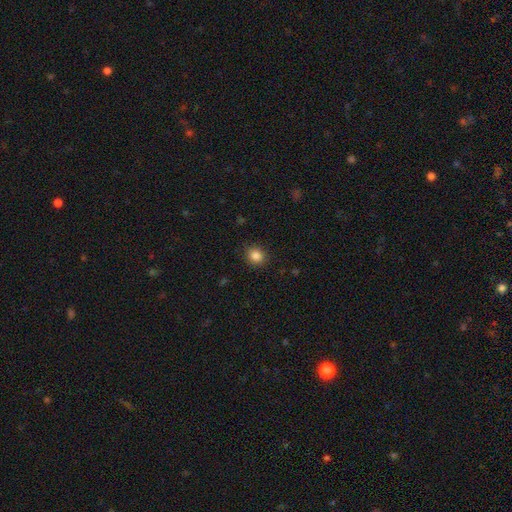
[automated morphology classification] type=smooth (85%); roundness=round (75%); merging=none (89%).